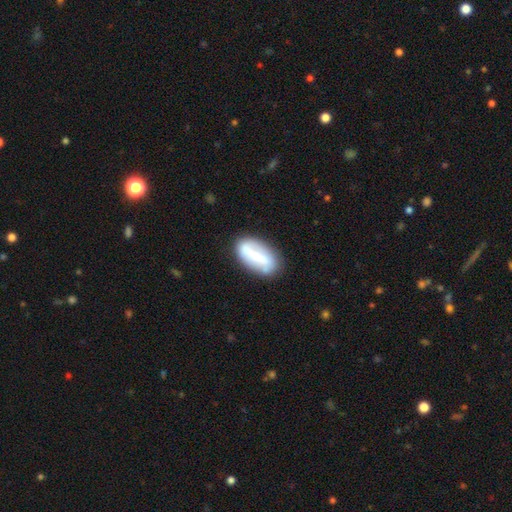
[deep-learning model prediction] A featured or disk galaxy (55%).

Vote fractions:
- Smooth or featured? featured or disk: 55% / smooth: 39% / star or artifact: 6%
- Edge-on disk? no: 86% / yes: 14%
- Merging? none: 81% / minor disturbance: 13% / major disturbance: 4% / merger: 2%